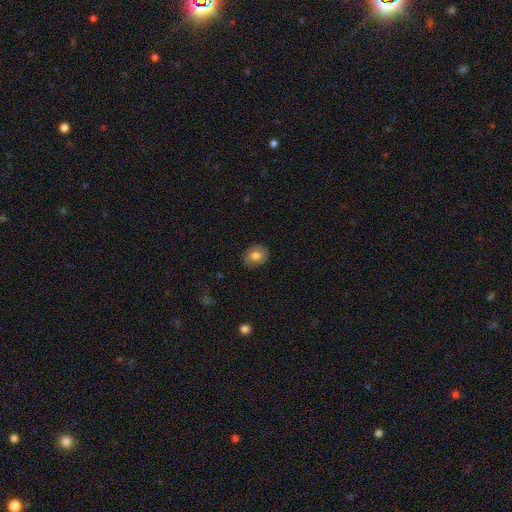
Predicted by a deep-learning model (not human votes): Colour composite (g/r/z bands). It shows a smooth galaxy with no disk features (79%) that is round (54%). Merging: none (86%).